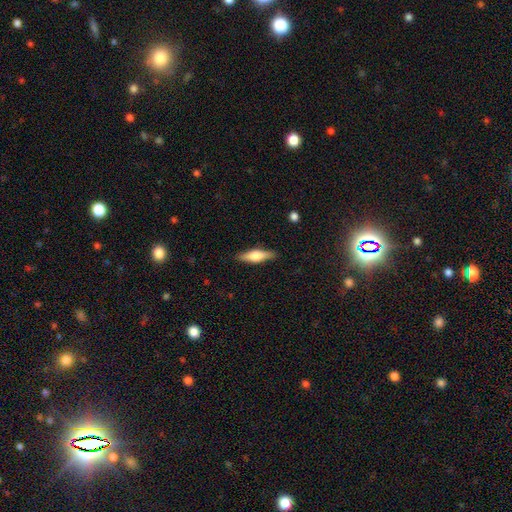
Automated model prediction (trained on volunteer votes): Morphology: type=smooth (52%); roundness=cigar-shaped (57%); merging=none (88%).